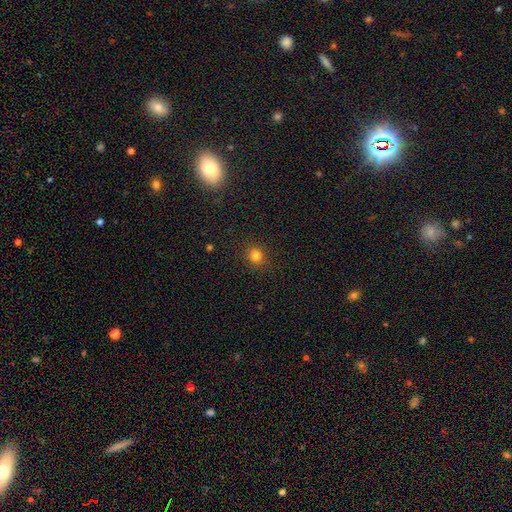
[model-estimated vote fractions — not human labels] This is clearly a smooth galaxy (81%). How rounded: clearly round (87%). Merging: clearly none (91%).